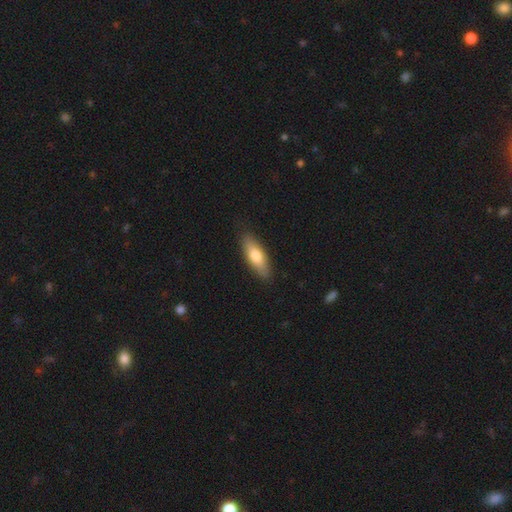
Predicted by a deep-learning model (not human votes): This appears to be a smooth galaxy with no disk features (74%) that is in between round and cigar-shaped (65%). Merging: none (87%).